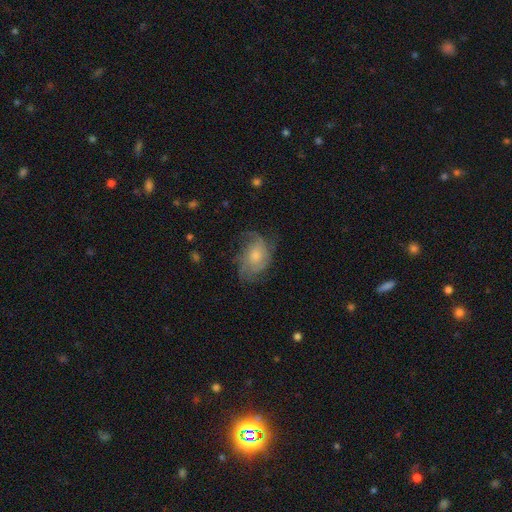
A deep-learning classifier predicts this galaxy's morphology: A featured or disk galaxy (67%) with no bar (78%), medium (41%) spiral arms (89%) and a moderate central bulge (49%). Merging: none (60%).